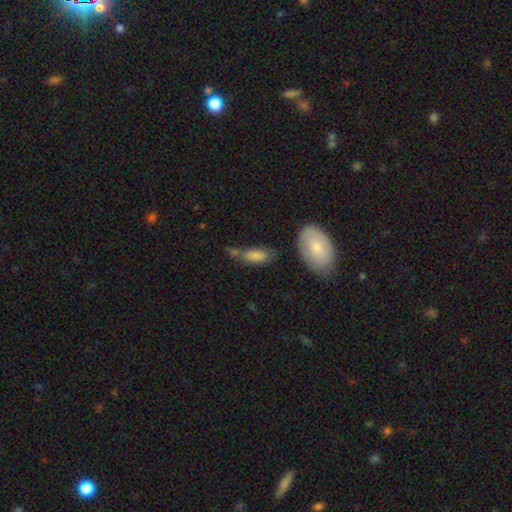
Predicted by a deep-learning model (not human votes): Morphology: type=smooth (79%); roundness=in between (74%); merging=none (45%).